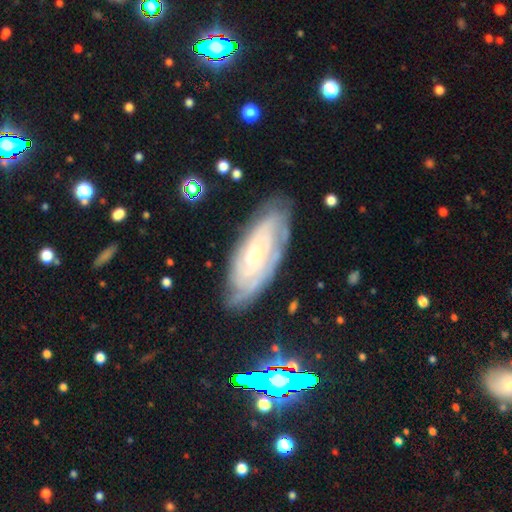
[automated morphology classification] type=featured or disk (76%); edge-on=no (88%); bar=no (74%); spiral arms=yes (93%); winding=tight (76%); arm count=can't tell (53%); bulge=small (70%); merging=none (76%).